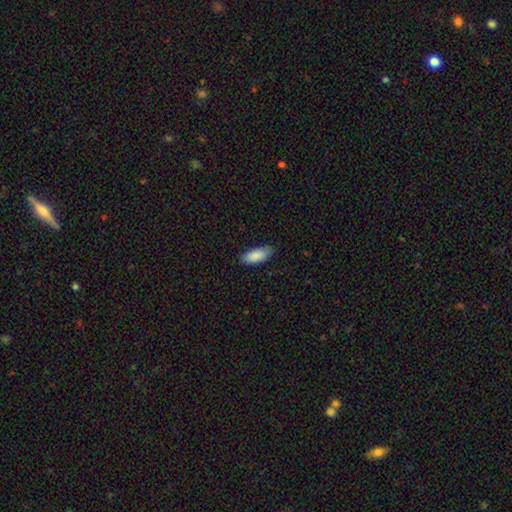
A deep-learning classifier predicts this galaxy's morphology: type=smooth (88%); roundness=in between (84%); merging=none (79%).